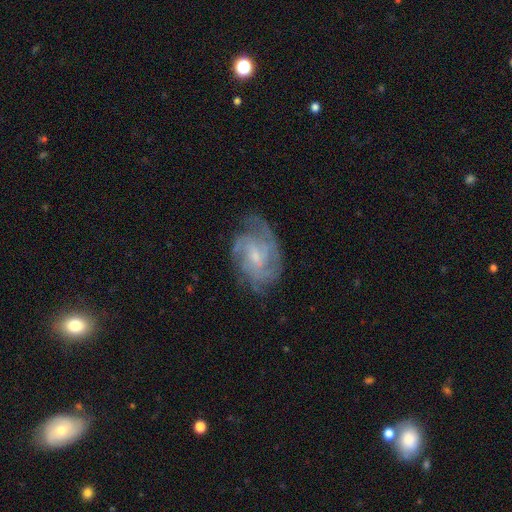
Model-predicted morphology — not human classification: A featured or disk galaxy (82%) with a weak bar (48%), tight (50%) spiral arms (94%) and a small central bulge (61%). Merging: none (68%).